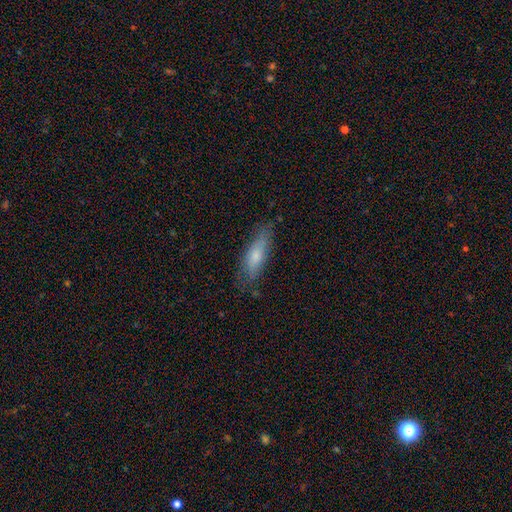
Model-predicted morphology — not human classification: Smooth or featured? Predicted: smooth (p=0.68). How rounded? Predicted: cigar-shaped (p=0.54). Merging? Predicted: none (p=0.73).